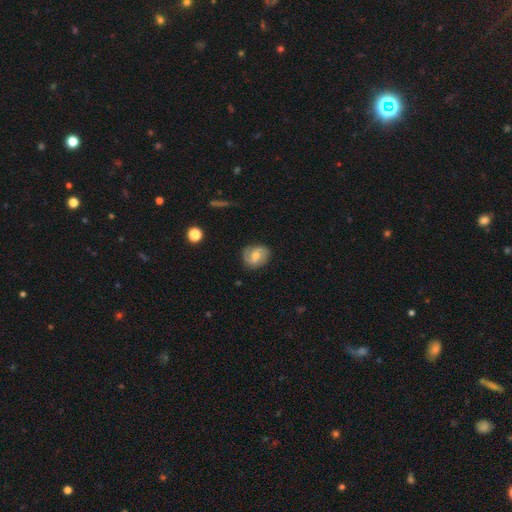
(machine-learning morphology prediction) smooth_or_featured: featured or disk (p=0.49) [alt: smooth p=0.43]
merging: none (p=0.78) [alt: minor disturbance p=0.16]